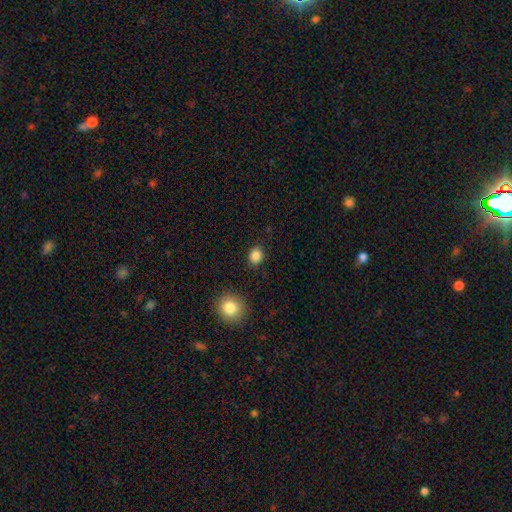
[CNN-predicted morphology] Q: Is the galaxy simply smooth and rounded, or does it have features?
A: smooth — 85%.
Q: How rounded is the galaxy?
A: round — 66%.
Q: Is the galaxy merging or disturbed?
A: none — 88%.